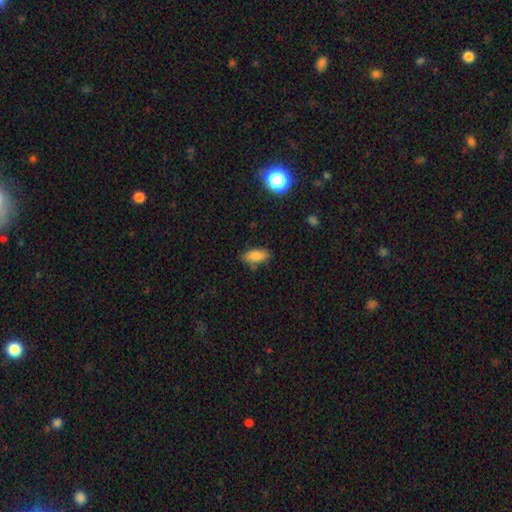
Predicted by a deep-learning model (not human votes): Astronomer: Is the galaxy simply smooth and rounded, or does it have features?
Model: smooth — 82%.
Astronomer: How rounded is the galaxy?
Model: in between — 88%.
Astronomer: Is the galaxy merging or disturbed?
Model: none — 78%.